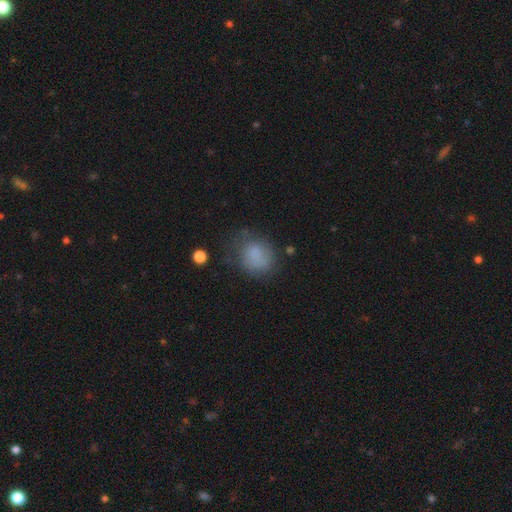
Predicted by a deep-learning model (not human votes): smooth 76%, featured or disk 12%, star or artifact 12%. Down the decision tree: how rounded — round (64%); merging — none (56%).